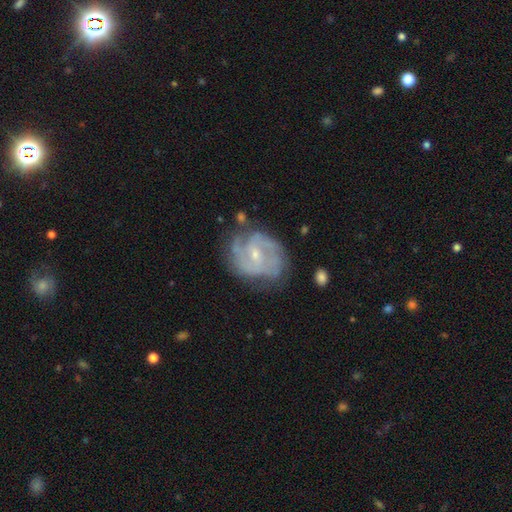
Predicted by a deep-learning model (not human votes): smooth-or-featured: featured or disk: 85% | smooth: 9% | star or artifact: 6%
  disk-edge-on: no: 98% | yes: 2%
    bar: no: 45% (tied) | weak: 45% (tied) | strong: 10%
    has-spiral-arms: yes: 94% | no: 6%
      spiral-winding: tight: 46% | medium: 43% | loose: 11%
      spiral-arm-count: 2: 46% | 3: 21% | can't tell: 20% | 4: 5% | 1: 4% | more than 4: 4%
    bulge-size: small: 68% | moderate: 29% | none: 2% | large: 1% | dominant: 1%
  merging: none: 64% | minor disturbance: 23% | major disturbance: 10% | merger: 3%